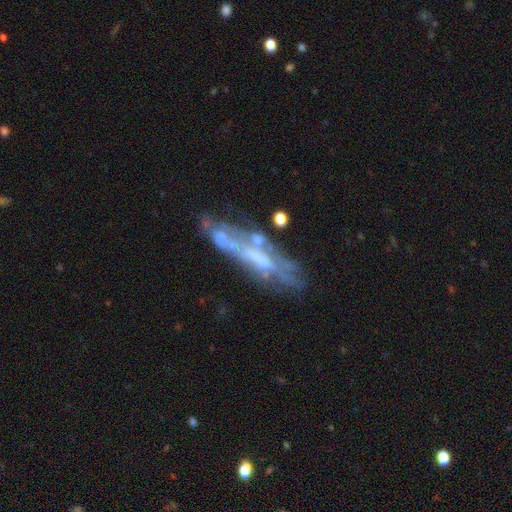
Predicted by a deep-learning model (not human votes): Smooth or featured? Predicted: featured or disk (p=0.67). Edge-on disk? Predicted: no (p=0.65). Merging? Predicted: none (p=0.47).